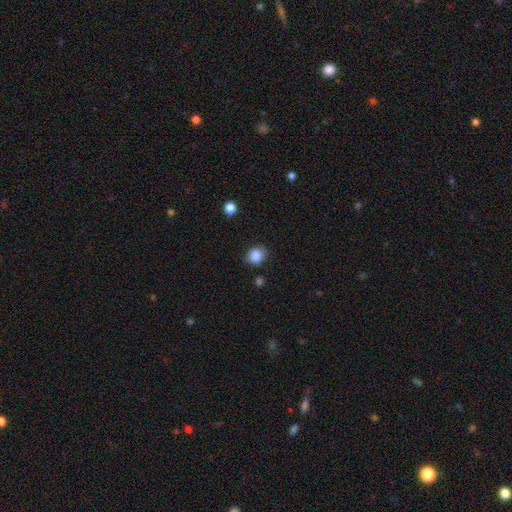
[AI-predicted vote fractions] Morphology: type=smooth (87%); roundness=round (73%); merging=none (77%).